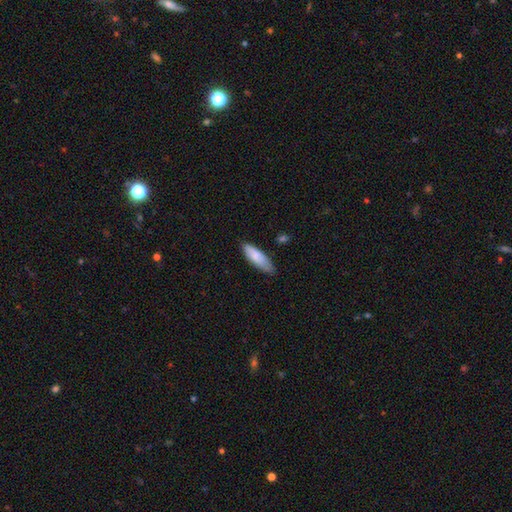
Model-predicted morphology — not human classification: Smooth or featured? smooth (82%)
How rounded? in between (56%)
Merging? none (76%)